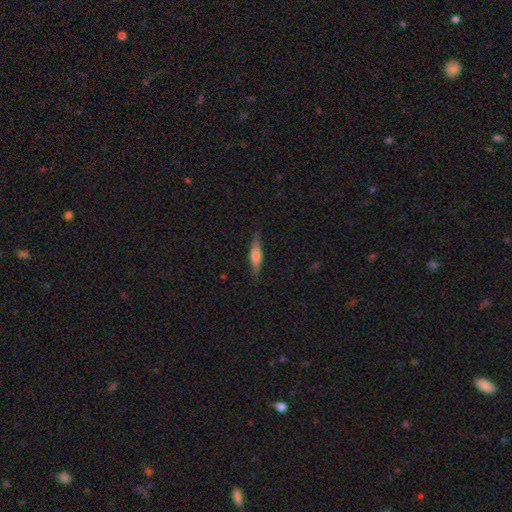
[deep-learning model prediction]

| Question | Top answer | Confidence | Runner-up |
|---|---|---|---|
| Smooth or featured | smooth | 49% | featured or disk (44%) |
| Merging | none | 85% | minor disturbance (11%) |